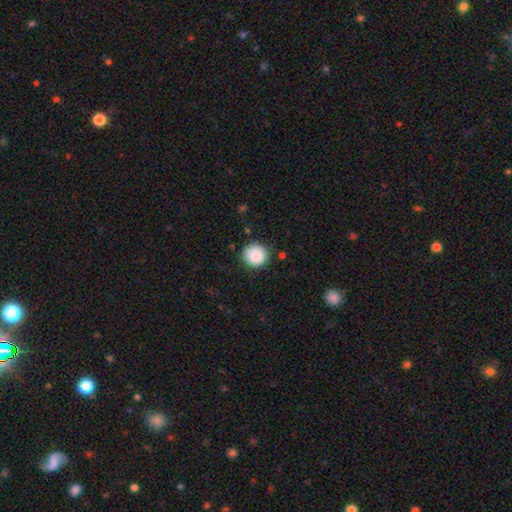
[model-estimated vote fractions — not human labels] Smooth or featured? Predicted: smooth (p=0.87). How rounded? Predicted: round (p=0.93). Merging? Predicted: none (p=0.87).